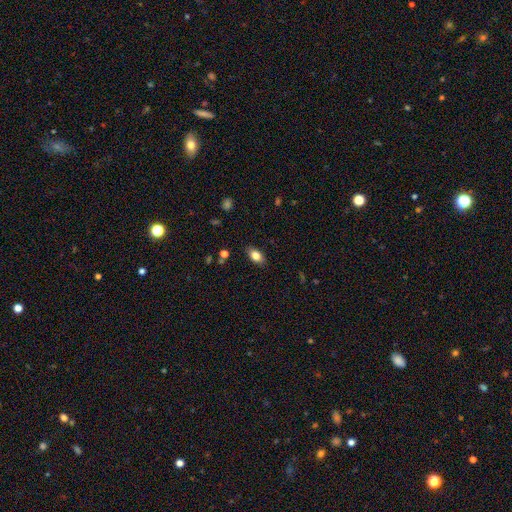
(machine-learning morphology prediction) smooth_or_featured: smooth (p=0.82) [alt: featured or disk p=0.09]
how_rounded: in between (p=0.86) [alt: round p=0.11]
merging: none (p=0.86) [alt: minor disturbance p=0.11]